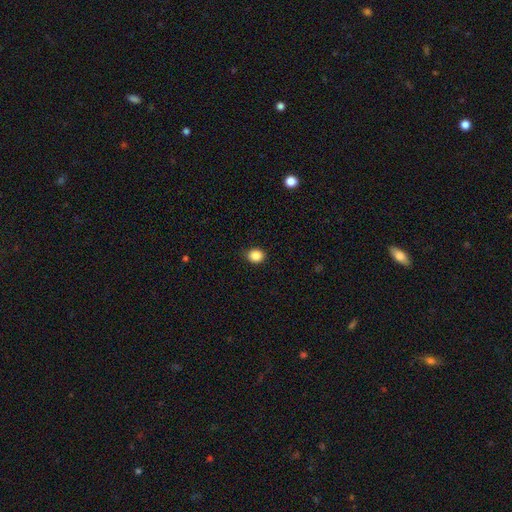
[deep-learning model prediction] Smooth or featured? smooth (87%)
How rounded? round (68%)
Merging? none (89%)